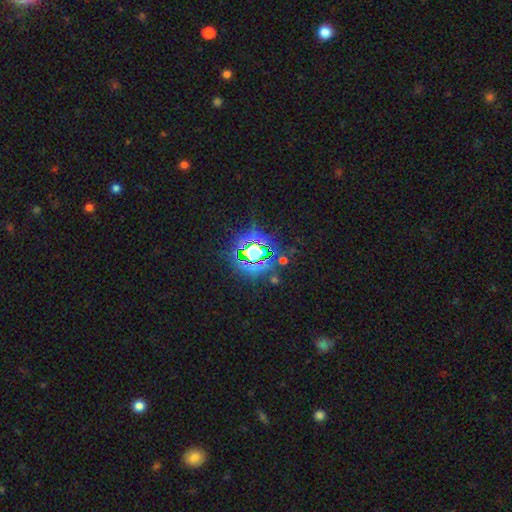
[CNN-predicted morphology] Smooth or featured?
  - star or artifact: 76% *
  - smooth: 15%
  - featured or disk: 9%